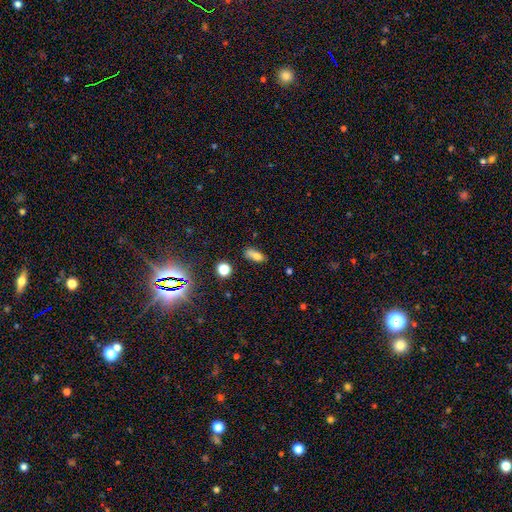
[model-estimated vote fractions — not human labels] Overall: smooth (74%). How rounded: in between (74%). Merging: none (57%; minor disturbance 23%).